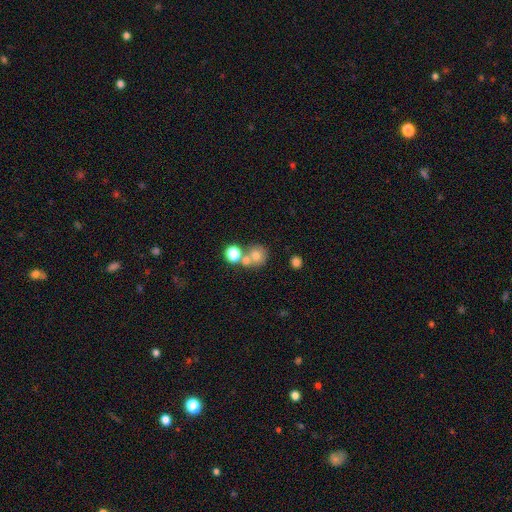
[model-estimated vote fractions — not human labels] Morphology: type=smooth (70%); roundness=round (83%); merging=none (45%).